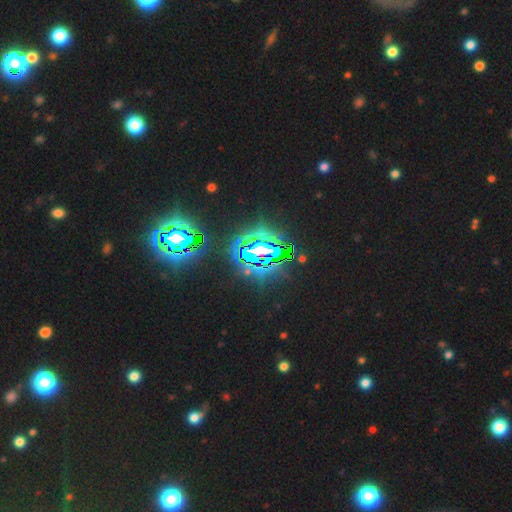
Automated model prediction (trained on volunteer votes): smooth-or-featured: star or artifact: 80% | featured or disk: 10% | smooth: 9%